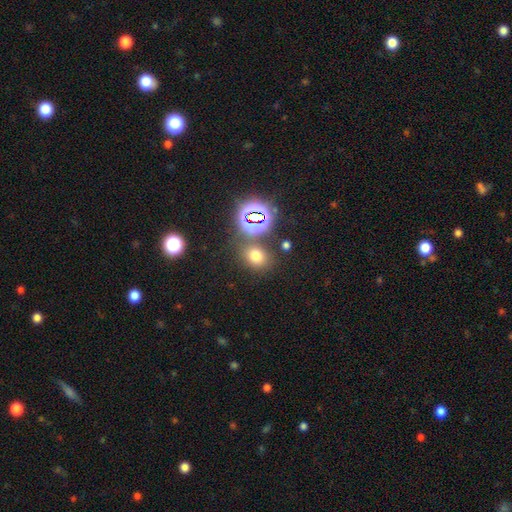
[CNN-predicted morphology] smooth_or_featured: smooth (p=0.64) [alt: star or artifact p=0.29]
how_rounded: round (p=0.58) [alt: in between p=0.41]
merging: none (p=0.75) [alt: minor disturbance p=0.11]